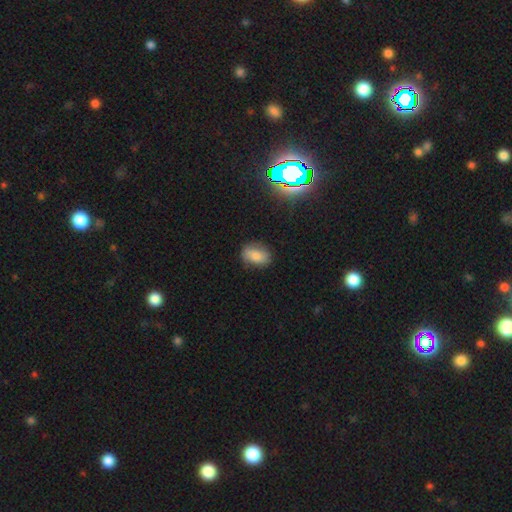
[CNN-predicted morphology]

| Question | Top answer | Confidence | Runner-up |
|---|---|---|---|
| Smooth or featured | smooth | 74% | featured or disk (14%) |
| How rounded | in between | 82% | round (16%) |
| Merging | none | 75% | minor disturbance (19%) |